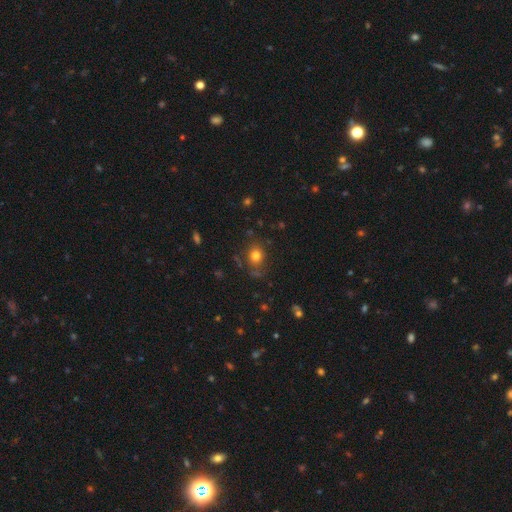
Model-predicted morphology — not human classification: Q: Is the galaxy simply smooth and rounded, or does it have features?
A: smooth — 77%.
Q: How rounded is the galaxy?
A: round — 66%.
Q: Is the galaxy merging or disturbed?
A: none — 76%.